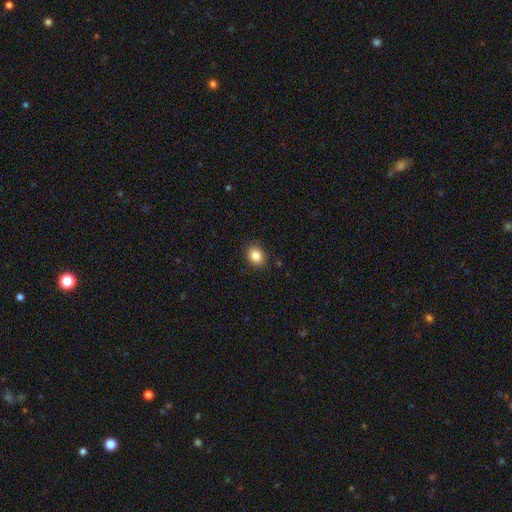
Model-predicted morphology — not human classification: Smooth or featured: smooth — 85% (star or artifact — 10%)
How rounded: round — 56% (in between — 43%)
Merging: none — 89% (minor disturbance — 8%)